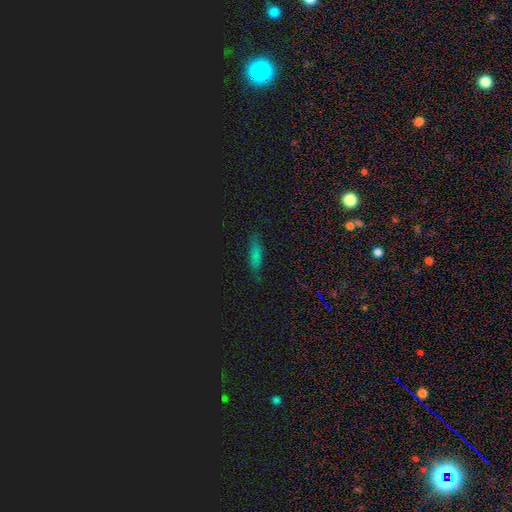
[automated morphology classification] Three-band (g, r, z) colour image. It shows a smooth galaxy with no disk features (64%) that is cigar-shaped (49%). Merging: none (75%).